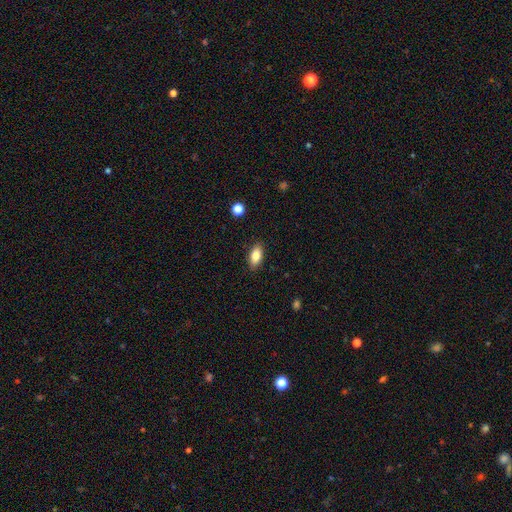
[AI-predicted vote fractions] Smooth or featured? Predicted: smooth (p=0.82). How rounded? Predicted: in between (p=0.89). Merging? Predicted: none (p=0.87).